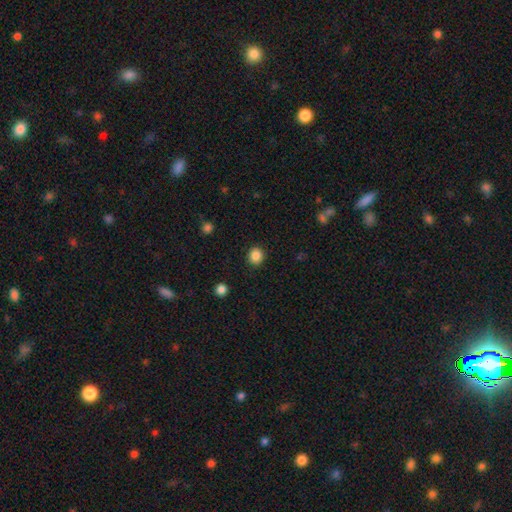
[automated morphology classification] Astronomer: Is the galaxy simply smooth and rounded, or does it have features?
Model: smooth — 87%.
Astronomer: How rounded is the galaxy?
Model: round — 81%.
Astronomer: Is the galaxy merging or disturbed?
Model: none — 90%.